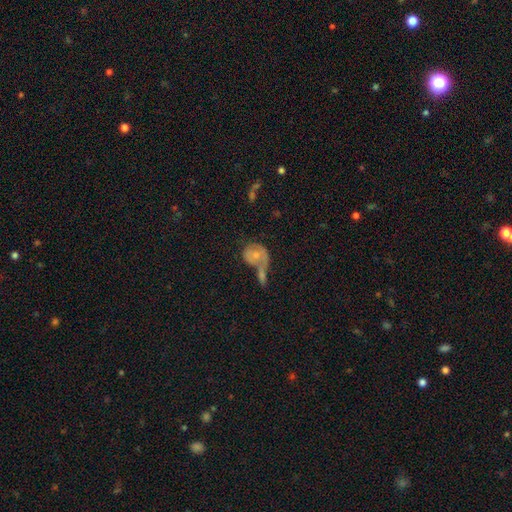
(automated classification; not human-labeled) A smooth galaxy with no disk features (54%) that is round (52%). Merging: merger (46%).